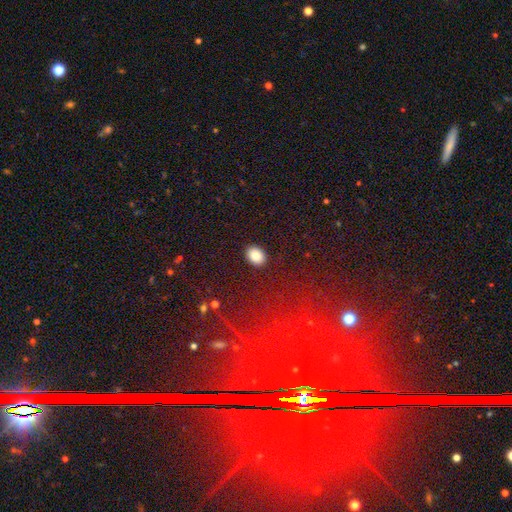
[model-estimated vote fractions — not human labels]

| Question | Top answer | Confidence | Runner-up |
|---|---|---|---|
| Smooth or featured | smooth | 86% | star or artifact (9%) |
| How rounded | in between | 62% | round (37%) |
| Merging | none | 90% | minor disturbance (7%) |